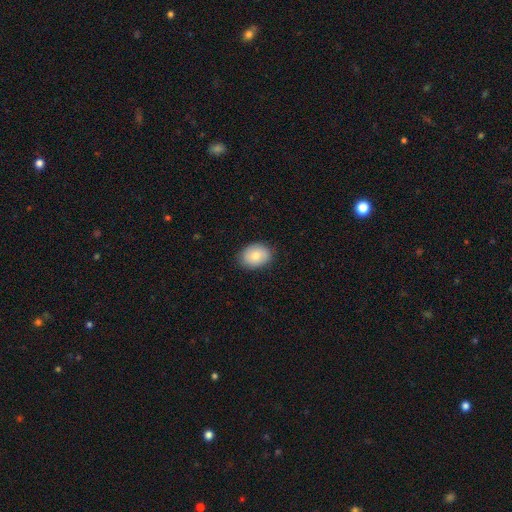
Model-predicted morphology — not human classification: Smooth or featured?
  - smooth: 77% *
  - featured or disk: 15%
  - star or artifact: 7%
How rounded?
  - in between: 65% *
  - round: 34%
  - cigar-shaped: 1%
Merging?
  - none: 86% *
  - minor disturbance: 11%
  - major disturbance: 2%
  - merger: 1%